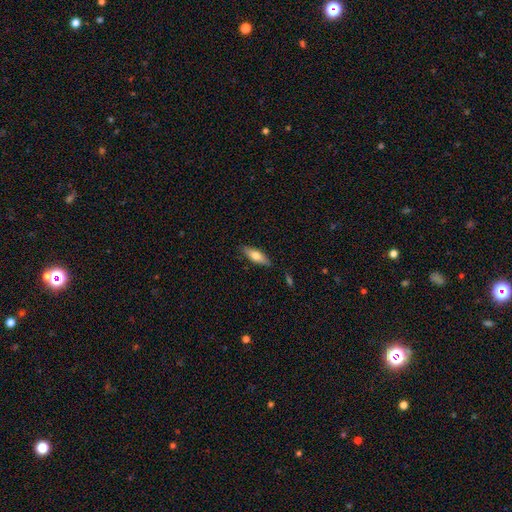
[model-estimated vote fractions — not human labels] This appears to be a smooth galaxy with no disk features (64%) that is in between round and cigar-shaped (53%). Merging: none (84%).